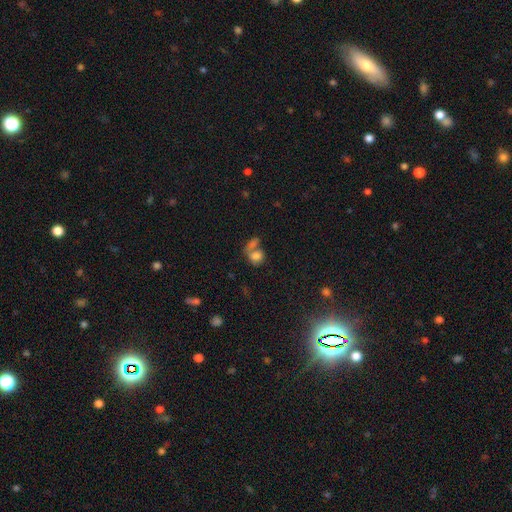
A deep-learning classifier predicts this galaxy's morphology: smooth_or_featured: smooth (p=0.73) [alt: featured or disk p=0.14]
how_rounded: in between (p=0.52) [alt: round p=0.46]
merging: merger (p=0.54) [alt: none p=0.28]